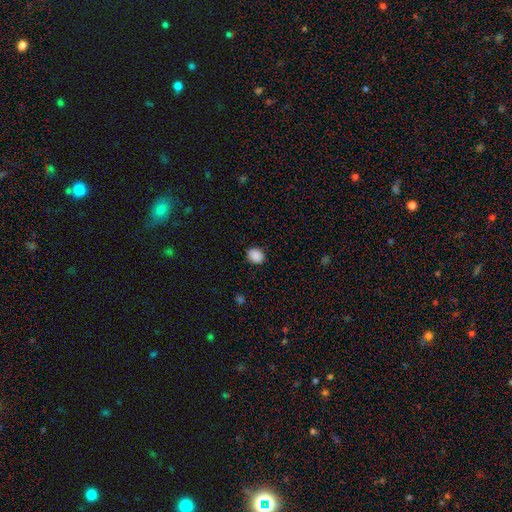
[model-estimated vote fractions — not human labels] Smooth or featured? Predicted: smooth (p=0.89). How rounded? Predicted: round (p=0.56). Merging? Predicted: none (p=0.88).